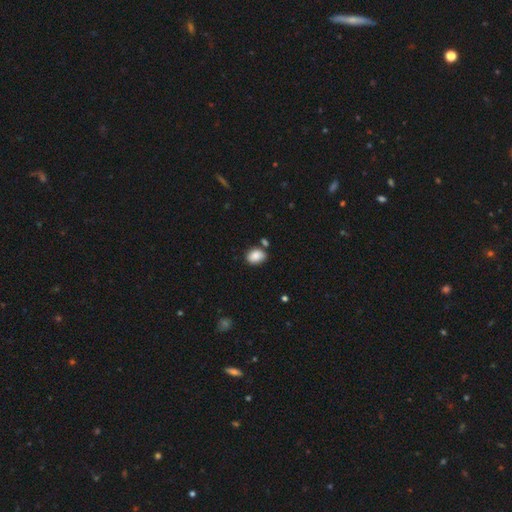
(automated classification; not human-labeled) A smooth galaxy with no disk features (86%) that is in between round and cigar-shaped (68%).

Vote fractions:
- Smooth or featured? smooth: 86% / star or artifact: 8% / featured or disk: 6%
- How rounded? in between: 68% / round: 31% / cigar-shaped: 1%
- Merging? none: 67% / minor disturbance: 19% / merger: 10% / major disturbance: 4%